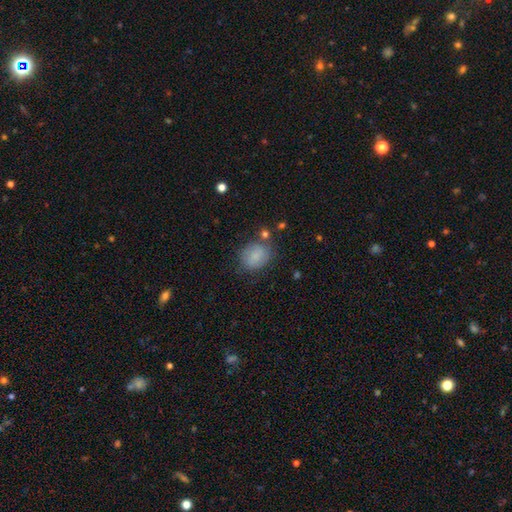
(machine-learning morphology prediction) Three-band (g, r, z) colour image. It shows a smooth galaxy with no disk features (77%) that is round (51%). Merging: none (70%).